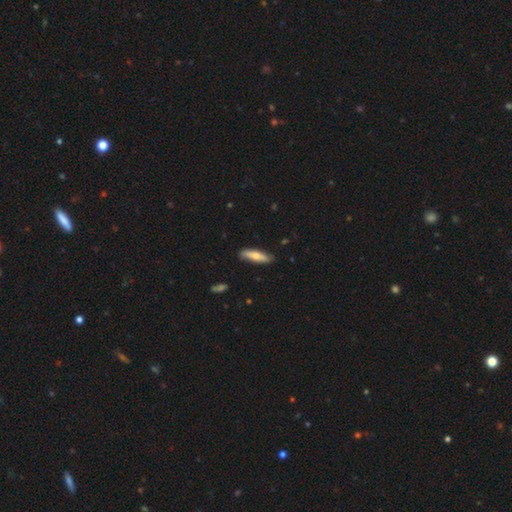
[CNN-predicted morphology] smooth 63%, featured or disk 31%, star or artifact 5%. Down the decision tree: how rounded — cigar-shaped (71%); merging — none (84%).